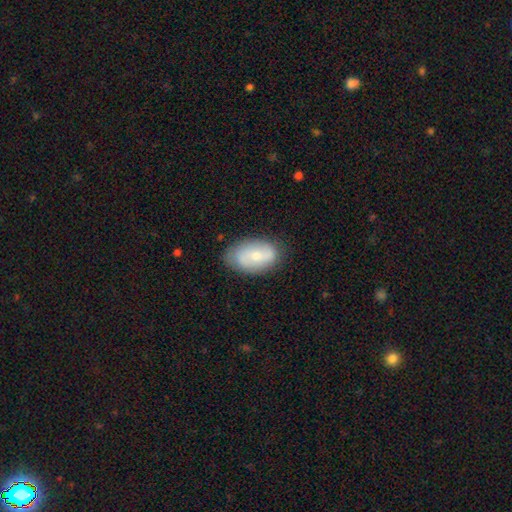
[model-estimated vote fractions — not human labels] smooth_or_featured: smooth (p=0.52) [alt: featured or disk p=0.41]
how_rounded: in between (p=0.91) [alt: round p=0.07]
merging: none (p=0.77) [alt: minor disturbance p=0.17]